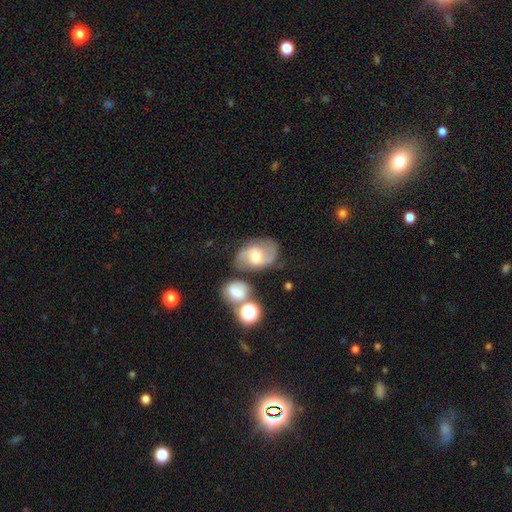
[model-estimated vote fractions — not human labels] Morphology: type=featured or disk (60%); edge-on=no (96%); bar=weak (46%); spiral arms=yes (83%); bulge=moderate (70%); merging=none (64%).